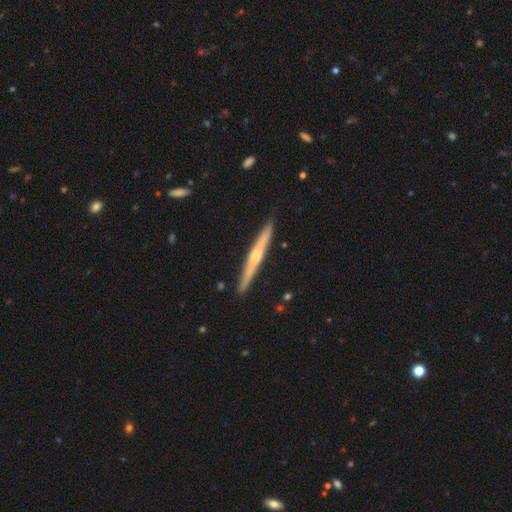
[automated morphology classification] smooth_or_featured: featured or disk (p=0.69) [alt: smooth p=0.25]
disk_edge_on: yes (p=0.98) [alt: no p=0.02]
edge_on_bulge: rounded (p=0.79) [alt: none p=0.16]
merging: none (p=0.91) [alt: minor disturbance p=0.07]